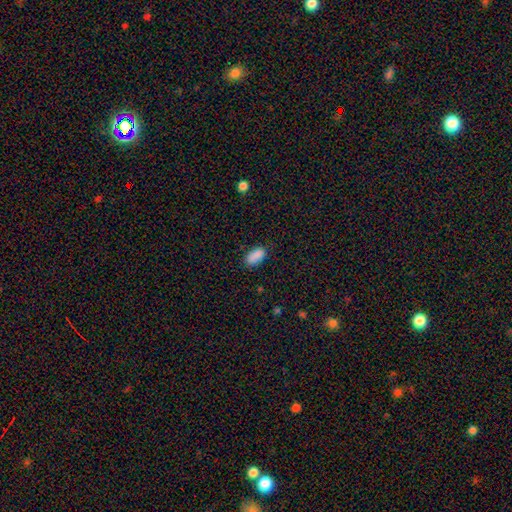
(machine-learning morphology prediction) A smooth galaxy with no disk features (88%) that is in between round and cigar-shaped (92%).

Vote fractions:
- Smooth or featured? smooth: 88% / star or artifact: 8% / featured or disk: 4%
- How rounded? in between: 92% / cigar-shaped: 5% / round: 3%
- Merging? none: 81% / minor disturbance: 14% / major disturbance: 3% / merger: 2%